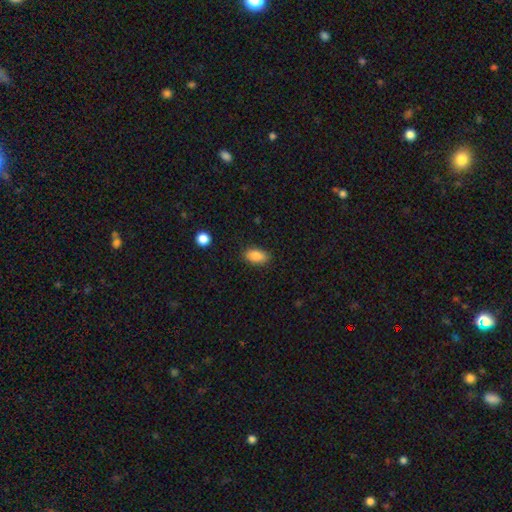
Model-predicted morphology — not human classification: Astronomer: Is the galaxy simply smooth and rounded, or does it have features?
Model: smooth — 87%.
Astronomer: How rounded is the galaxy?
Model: in between — 90%.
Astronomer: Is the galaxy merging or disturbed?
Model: none — 86%.